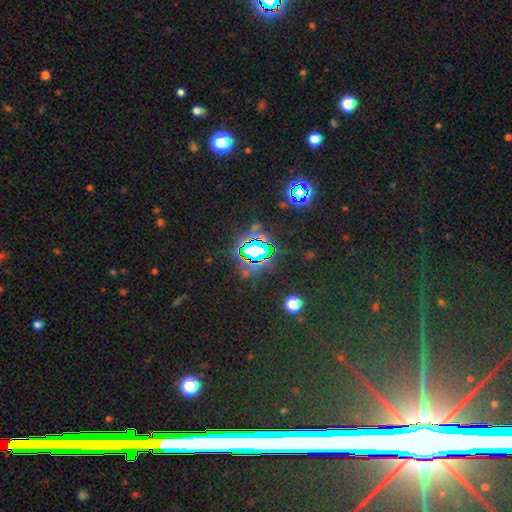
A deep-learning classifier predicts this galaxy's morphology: Smooth or featured? Predicted: star or artifact (p=0.75).